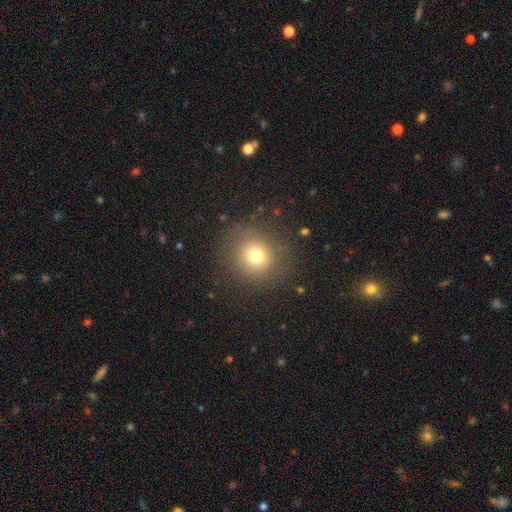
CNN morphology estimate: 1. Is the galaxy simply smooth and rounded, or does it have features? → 73% smooth, 16% star or artifact, 11% featured or disk.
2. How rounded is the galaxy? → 90% round, 9% in between, 1% cigar-shaped.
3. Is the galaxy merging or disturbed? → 84% none, 9% minor disturbance, 6% major disturbance, 1% merger.